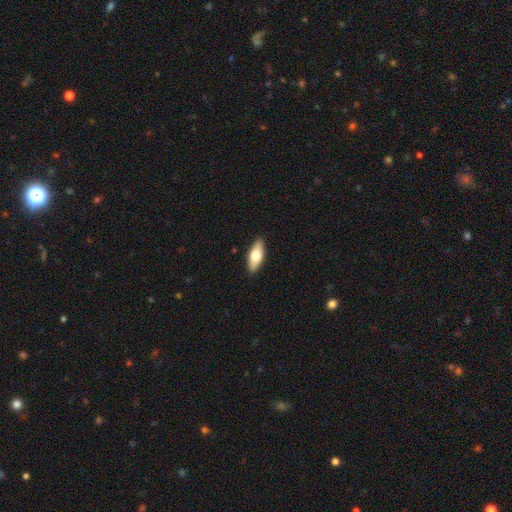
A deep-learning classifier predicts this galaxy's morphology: Smooth or featured? Predicted: smooth (p=0.65). How rounded? Predicted: in between (p=0.73). Merging? Predicted: none (p=0.89).